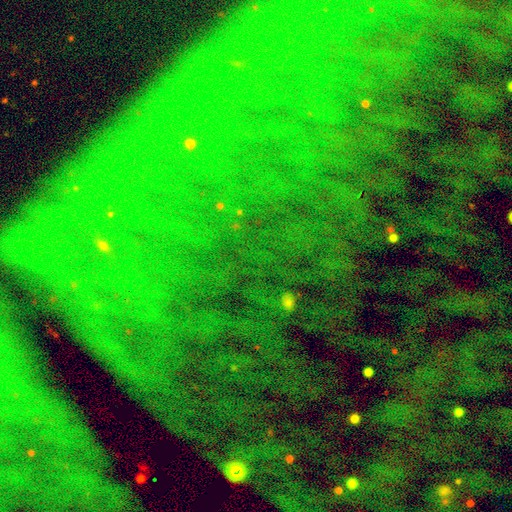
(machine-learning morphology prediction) This is clearly a star or artifact rather than a galaxy (83%).